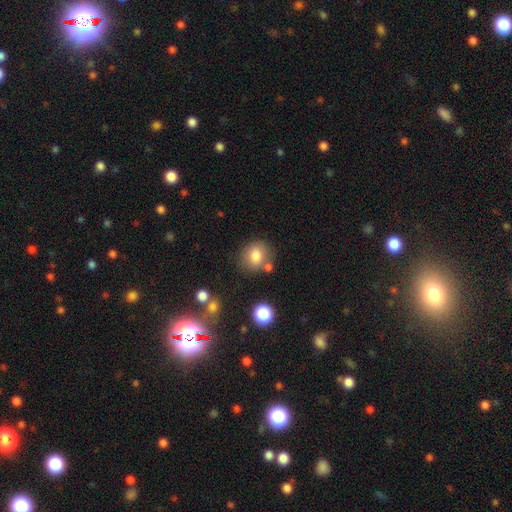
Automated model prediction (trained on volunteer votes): A smooth galaxy with no disk features (79%) that is round (70%).

Vote fractions:
- Smooth or featured? smooth: 79% / star or artifact: 11% / featured or disk: 10%
- How rounded? round: 70% / in between: 29% / cigar-shaped: 1%
- Merging? none: 69% / minor disturbance: 14% / merger: 12% / major disturbance: 5%